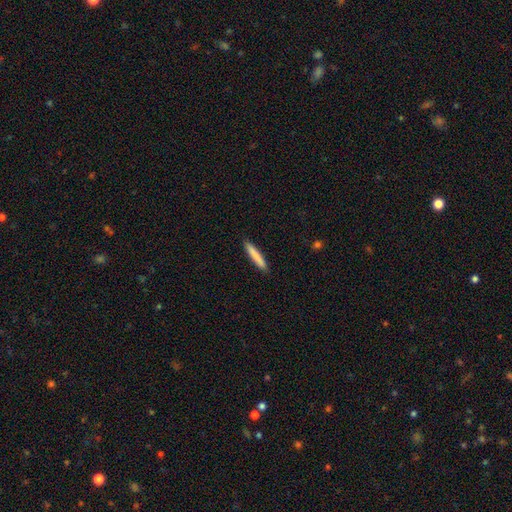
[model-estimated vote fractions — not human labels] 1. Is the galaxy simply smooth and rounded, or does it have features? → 82% smooth, 12% featured or disk, 6% star or artifact.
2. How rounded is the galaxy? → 93% cigar-shaped, 5% in between, 1% round.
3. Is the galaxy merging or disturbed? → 91% none, 6% minor disturbance, 1% major disturbance, 1% merger.